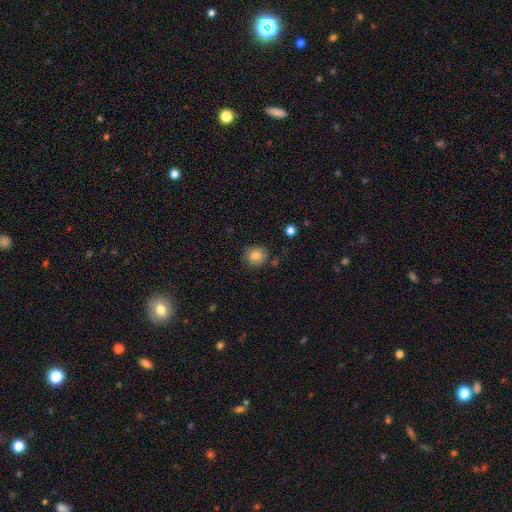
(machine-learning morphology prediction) This is clearly a smooth galaxy (82%). How rounded: clearly round (85%). Merging: clearly none (80%).